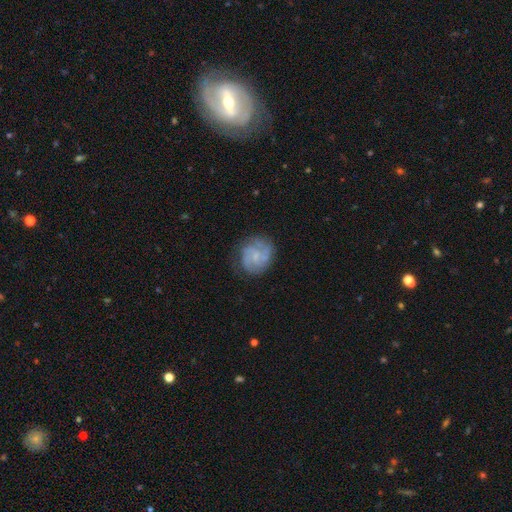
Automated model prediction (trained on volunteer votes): Smooth or featured: featured or disk — 73% (smooth — 21%)
Edge-on disk: no — 98% (yes — 2%)
Bar: no — 59% (weak — 36%)
Spiral arms: yes — 93% (no — 7%)
Spiral winding: tight — 47% (medium — 42%)
Spiral arm count: 2 — 39% (3 — 25%)
Bulge size: small — 60% (none — 22%)
Merging: none — 73% (minor disturbance — 18%)